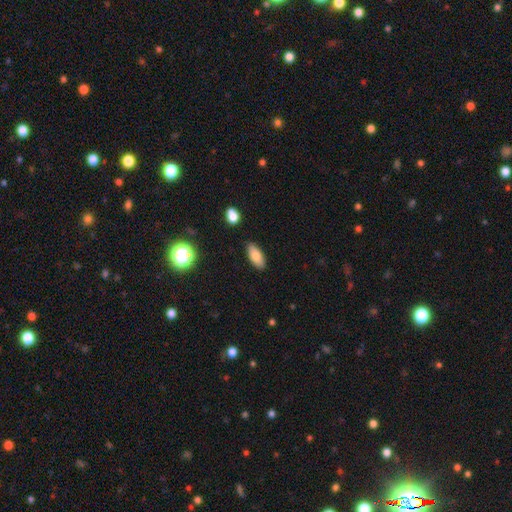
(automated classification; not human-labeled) This appears to be a smooth galaxy with no disk features (77%) that is in between round and cigar-shaped (85%). Merging: none (87%).